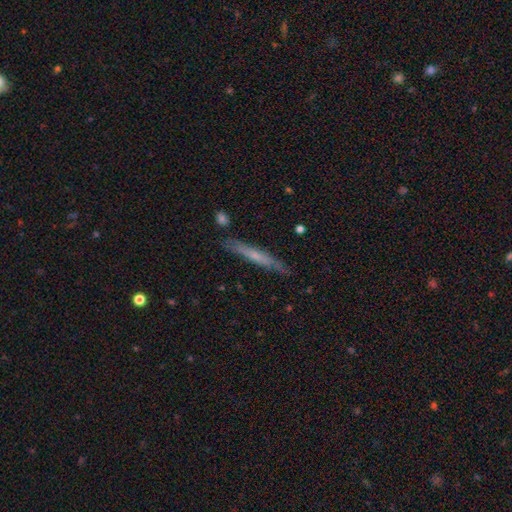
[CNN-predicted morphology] Smooth or featured?
  - featured or disk: 49% *
  - smooth: 45%
  - star or artifact: 6%
Merging?
  - none: 83% *
  - minor disturbance: 12%
  - merger: 2%
  - major disturbance: 2%